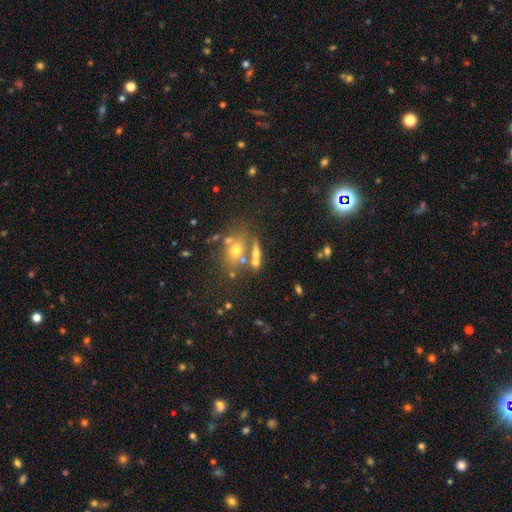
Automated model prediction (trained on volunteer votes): smooth-or-featured: smooth: 54% | featured or disk: 31% | star or artifact: 16%
  how-rounded: in between: 49% | round: 31% | cigar-shaped: 20%
  merging: none: 50% | merger: 31% | minor disturbance: 12% | major disturbance: 7%